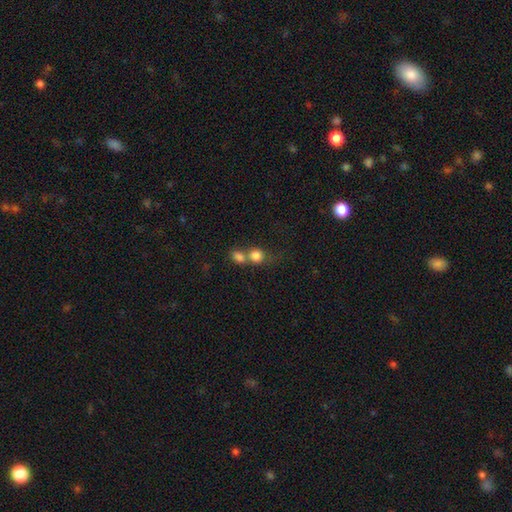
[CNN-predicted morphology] The model was most divided on "merging": merger: 58%, none: 30%, minor disturbance: 7%, major disturbance: 4%. More confident: smooth or featured — smooth (80%); how rounded — round (74%).